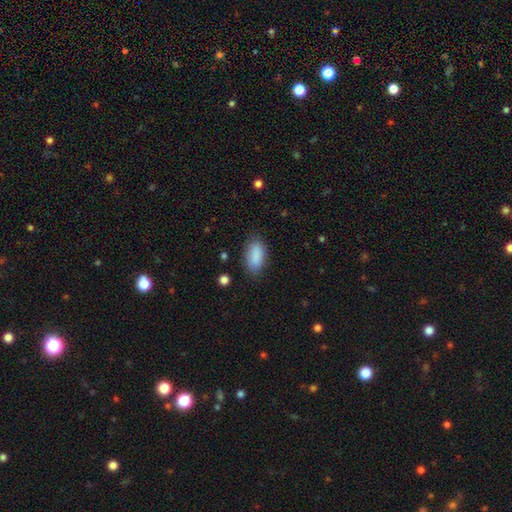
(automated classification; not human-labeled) The model was most divided on "merging": none: 82%, minor disturbance: 13%, major disturbance: 3%, merger: 1%. More confident: how rounded — in between (90%); smooth or featured — smooth (88%).